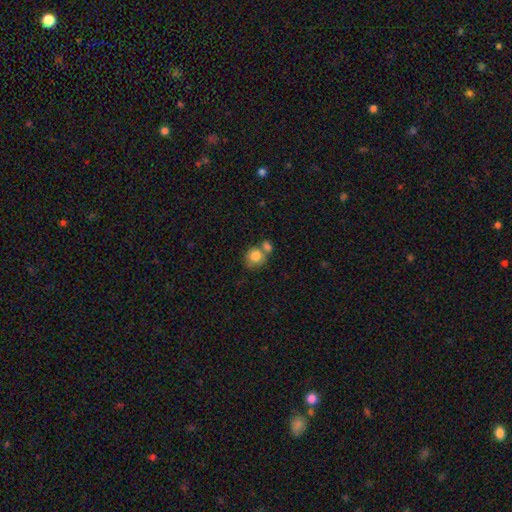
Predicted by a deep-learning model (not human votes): A smooth galaxy with no disk features (81%) that is round (83%). Merging: none (43%).